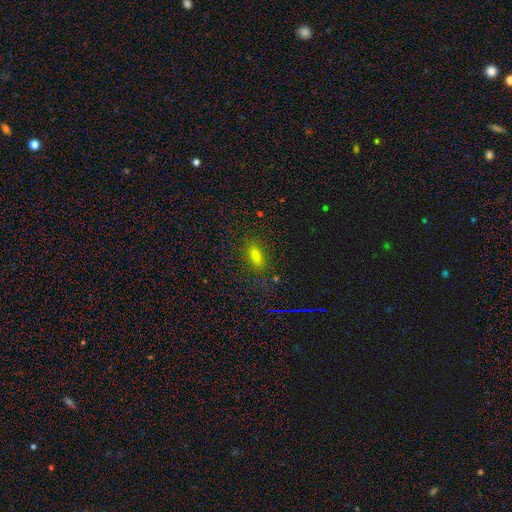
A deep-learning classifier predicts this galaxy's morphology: Smooth or featured? Predicted: smooth (p=0.68). How rounded? Predicted: in between (p=0.73). Merging? Predicted: none (p=0.79).